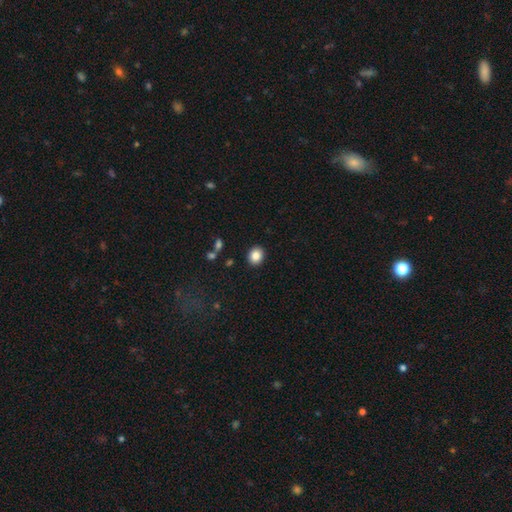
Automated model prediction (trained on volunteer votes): The model was most divided on "how rounded": round: 61%, in between: 38%, cigar-shaped: 1%. More confident: merging — none (90%); smooth or featured — smooth (86%).